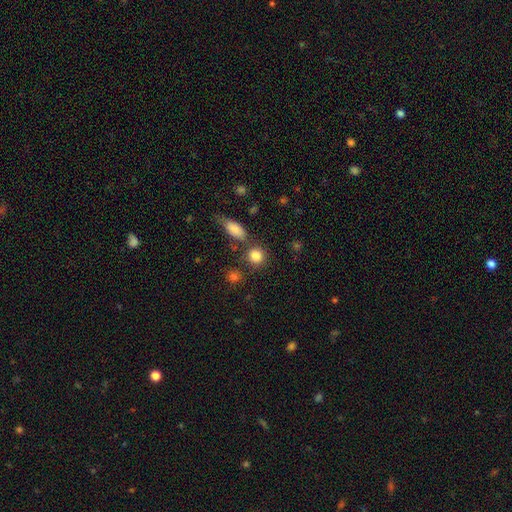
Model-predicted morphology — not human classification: This is clearly a smooth galaxy (84%). How rounded: clearly round (84%). Merging: likely none (71%).